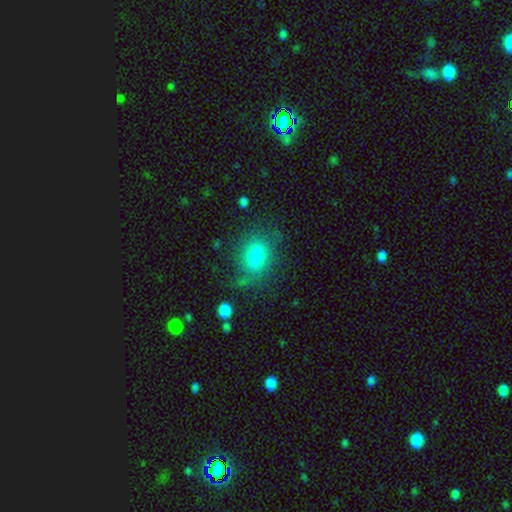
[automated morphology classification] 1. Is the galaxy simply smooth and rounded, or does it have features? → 72% smooth, 18% featured or disk, 10% star or artifact.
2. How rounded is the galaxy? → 67% in between, 30% round, 2% cigar-shaped.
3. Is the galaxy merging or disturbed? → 61% none, 21% minor disturbance, 14% major disturbance, 3% merger.